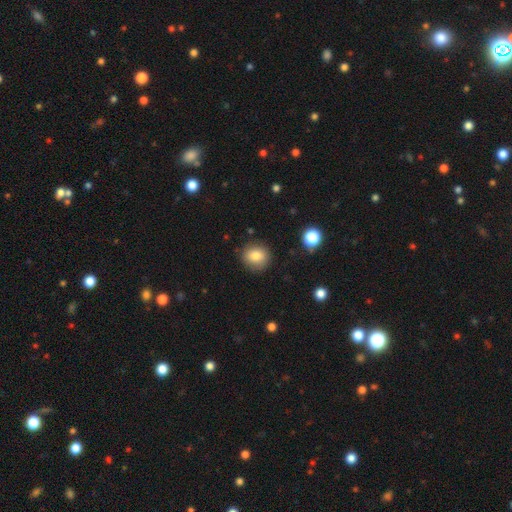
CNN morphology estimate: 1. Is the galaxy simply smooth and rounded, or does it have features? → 82% smooth, 10% star or artifact, 8% featured or disk.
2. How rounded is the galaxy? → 83% round, 16% in between, 1% cigar-shaped.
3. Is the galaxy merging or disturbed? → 86% none, 10% minor disturbance, 3% major disturbance, 2% merger.